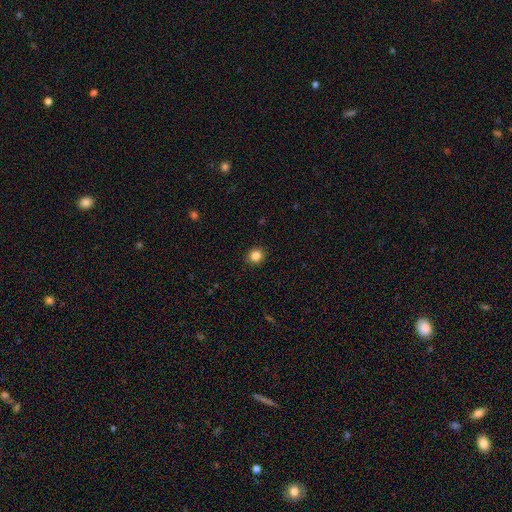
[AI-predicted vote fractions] smooth-or-featured: smooth: 84% | star or artifact: 11% | featured or disk: 4%
  how-rounded: round: 85% | in between: 14% | cigar-shaped: 1%
  merging: none: 91% | minor disturbance: 6% | major disturbance: 2% | merger: 1%